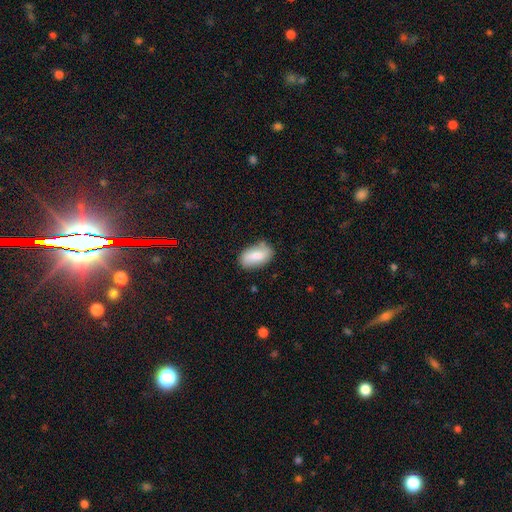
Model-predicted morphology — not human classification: smooth-or-featured: smooth: 78% | featured or disk: 15% | star or artifact: 7%
  how-rounded: in between: 93% | round: 4% | cigar-shaped: 3%
  merging: none: 77% | minor disturbance: 18% | major disturbance: 4% | merger: 2%